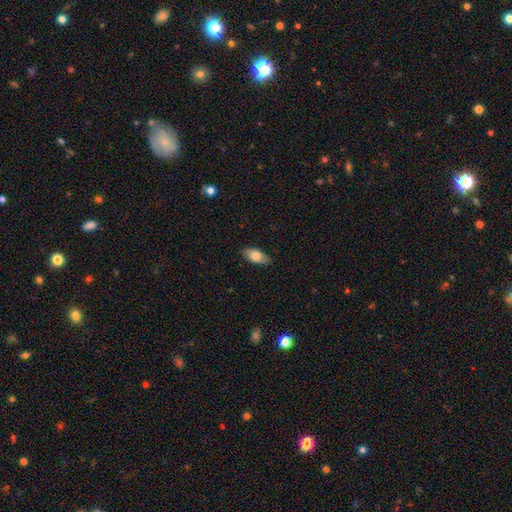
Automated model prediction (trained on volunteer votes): Smooth or featured?
  - smooth: 75% *
  - featured or disk: 19%
  - star or artifact: 6%
How rounded?
  - in between: 90% *
  - cigar-shaped: 7%
  - round: 3%
Merging?
  - none: 86% *
  - minor disturbance: 11%
  - major disturbance: 2%
  - merger: 1%